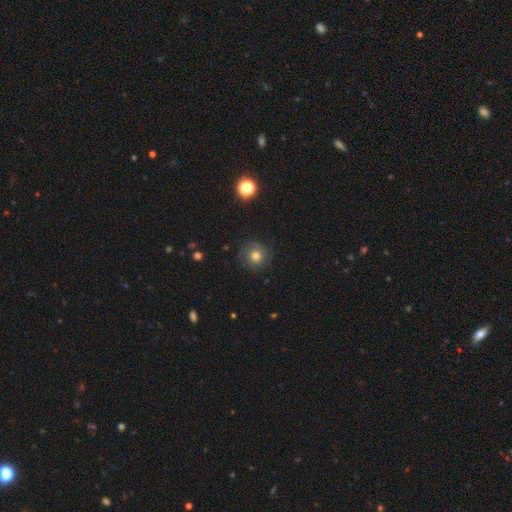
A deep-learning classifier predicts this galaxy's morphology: The model was most divided on "smooth or featured": smooth: 67%, featured or disk: 18%, star or artifact: 15%. More confident: how rounded — round (92%); merging — none (82%).